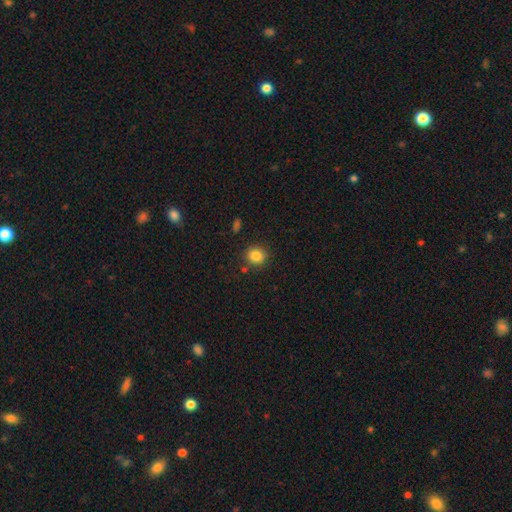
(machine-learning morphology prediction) This appears to be a smooth galaxy with no disk features (85%) that is round (82%). Merging: none (84%).